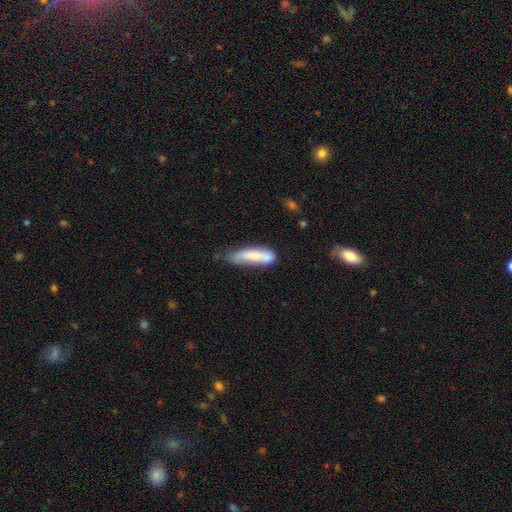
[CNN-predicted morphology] smooth 66%, featured or disk 27%, star or artifact 6%. Down the decision tree: how rounded — cigar-shaped (64%); merging — none (43%).